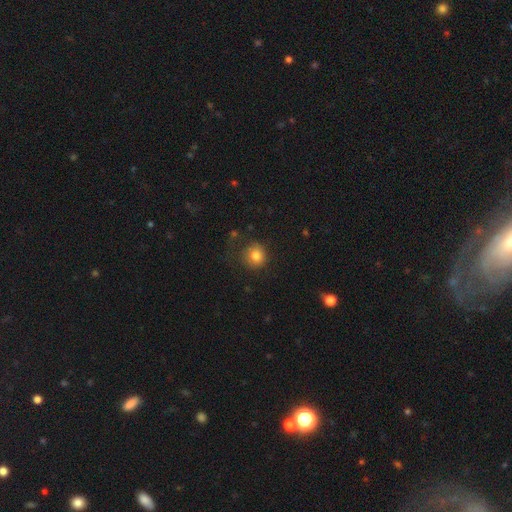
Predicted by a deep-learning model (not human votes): Q: Smooth or featured?
A: smooth (80%); runner-up: star or artifact (11%)
Q: How rounded?
A: round (90%); runner-up: in between (9%)
Q: Merging?
A: none (73%); runner-up: minor disturbance (17%)